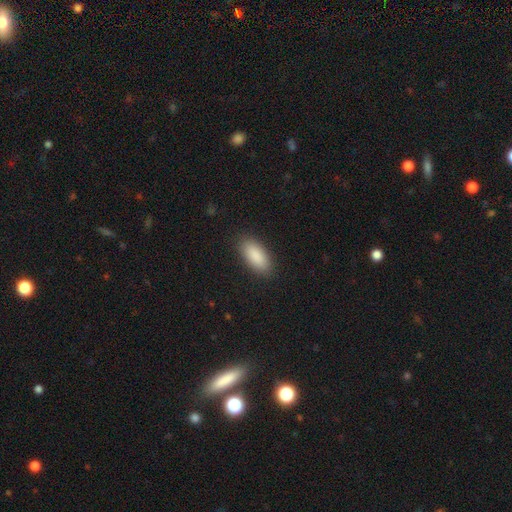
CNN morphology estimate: smooth 90%, star or artifact 6%, featured or disk 4%. Down the decision tree: how rounded — in between (88%); merging — none (88%).